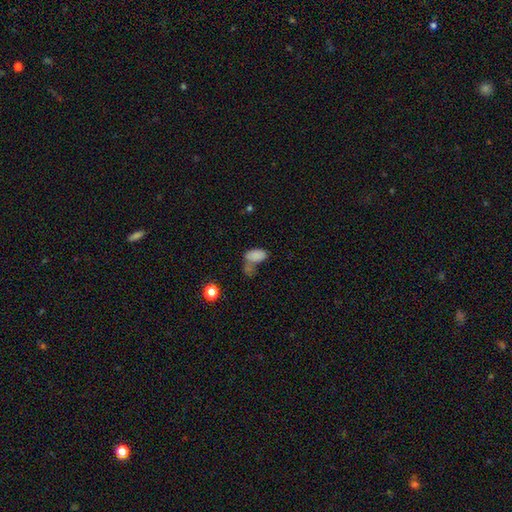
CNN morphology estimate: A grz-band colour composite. It shows a smooth galaxy with no disk features (80%) that is in between round and cigar-shaped (92%). Merging: merger (36%).